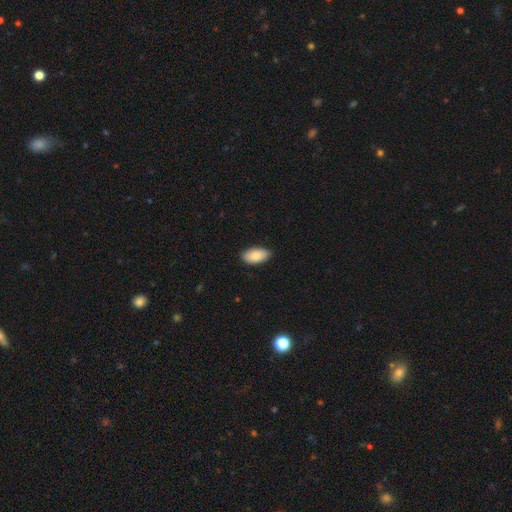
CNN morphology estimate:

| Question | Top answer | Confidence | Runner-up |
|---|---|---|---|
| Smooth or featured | smooth | 86% | featured or disk (7%) |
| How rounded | in between | 95% | cigar-shaped (3%) |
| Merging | none | 86% | minor disturbance (11%) |